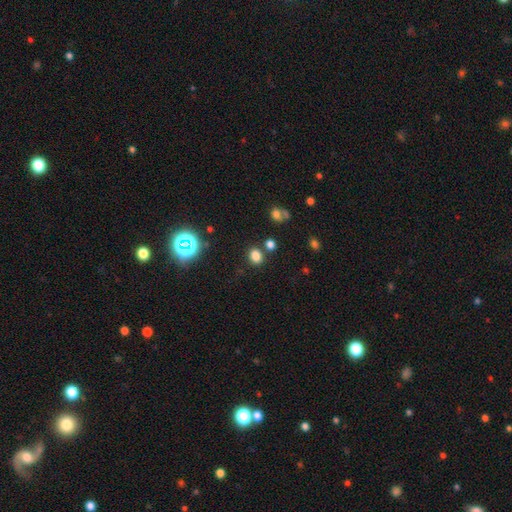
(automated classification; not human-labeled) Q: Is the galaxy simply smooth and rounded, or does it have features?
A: smooth — 76%.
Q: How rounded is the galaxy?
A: round — 50%.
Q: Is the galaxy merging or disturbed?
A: none — 77%.